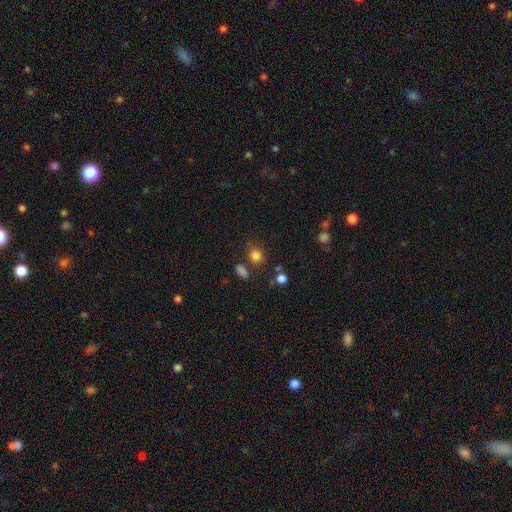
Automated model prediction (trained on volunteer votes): Smooth or featured? Predicted: smooth (p=0.80). How rounded? Predicted: round (p=0.74). Merging? Predicted: none (p=0.74).